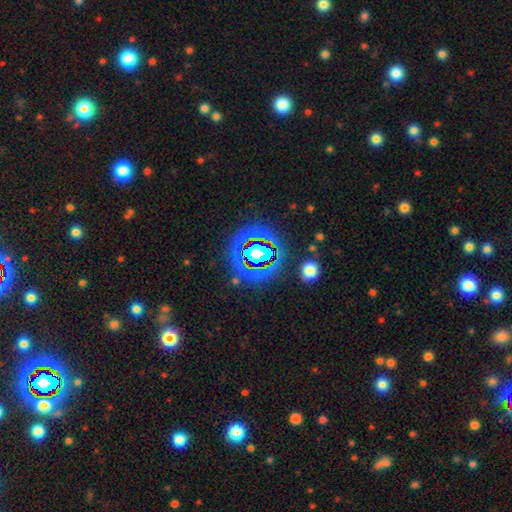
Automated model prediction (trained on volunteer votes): Overall: star or artifact (63%; smooth 24%).